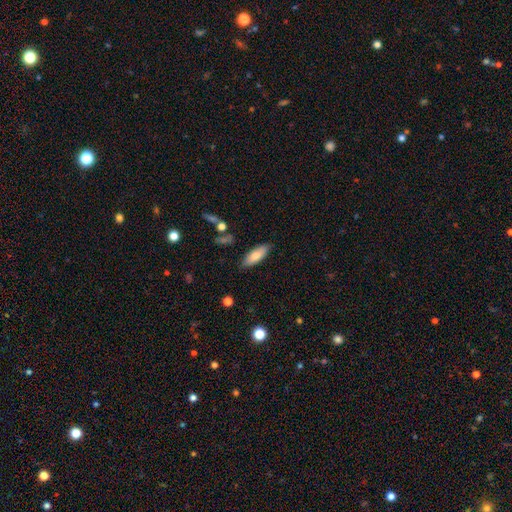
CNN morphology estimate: smooth_or_featured: smooth (p=0.77) [alt: featured or disk p=0.16]
how_rounded: in between (p=0.70) [alt: cigar-shaped p=0.28]
merging: none (p=0.85) [alt: minor disturbance p=0.11]